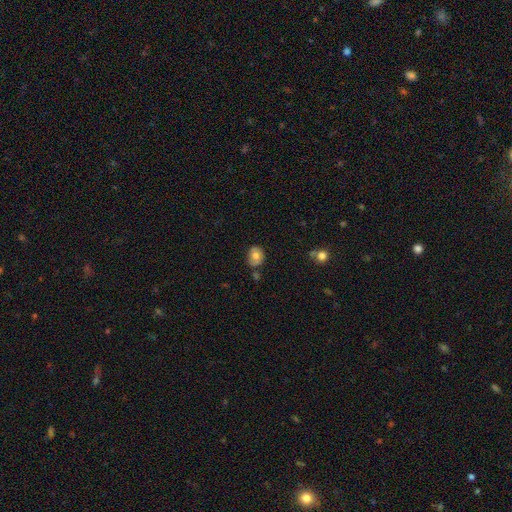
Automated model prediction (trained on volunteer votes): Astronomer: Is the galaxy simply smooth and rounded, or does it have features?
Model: smooth — 66%.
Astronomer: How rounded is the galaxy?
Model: round — 56% (runner-up: in between, 43%).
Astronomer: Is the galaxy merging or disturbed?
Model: none — 68%.